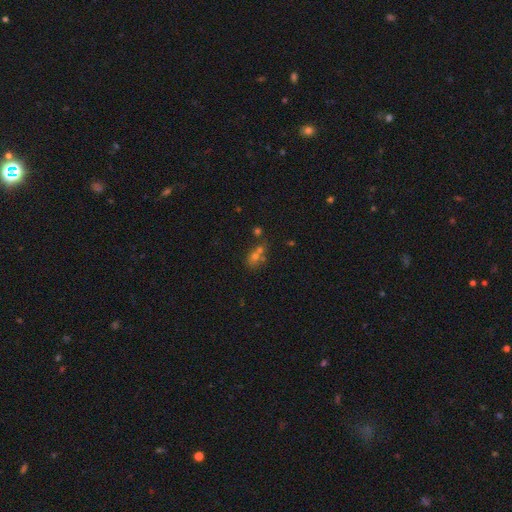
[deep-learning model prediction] A smooth galaxy with no disk features (53%) that is round (62%).

Vote fractions:
- Smooth or featured? smooth: 53% / star or artifact: 29% / featured or disk: 18%
- How rounded? round: 62% / in between: 36% / cigar-shaped: 2%
- Merging? none: 42% (tied) / merger: 42% (tied) / minor disturbance: 10% / major disturbance: 6%